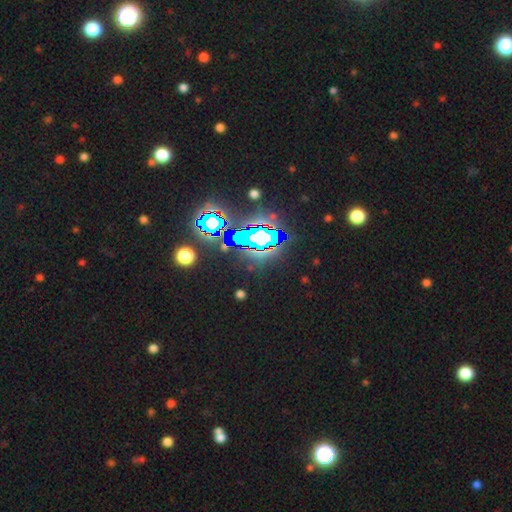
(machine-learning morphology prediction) Smooth or featured? Predicted: star or artifact (p=0.79).